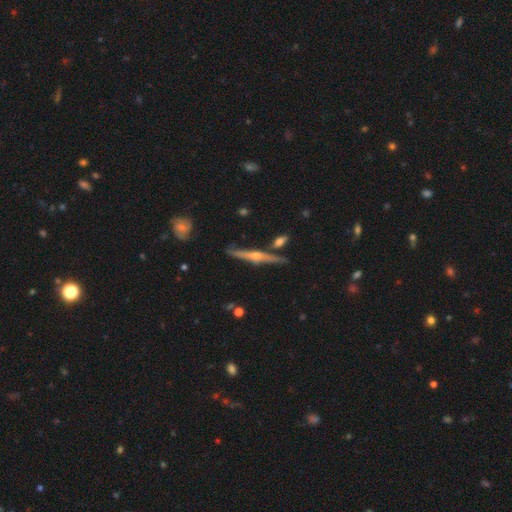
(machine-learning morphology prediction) smooth-or-featured: featured or disk: 81% | smooth: 13% | star or artifact: 6%
  disk-edge-on: yes: 97% | no: 3%
    edge-on-bulge: rounded: 90% | none: 5% | boxy: 4%
  merging: none: 84% | minor disturbance: 9% | merger: 5% | major disturbance: 2%